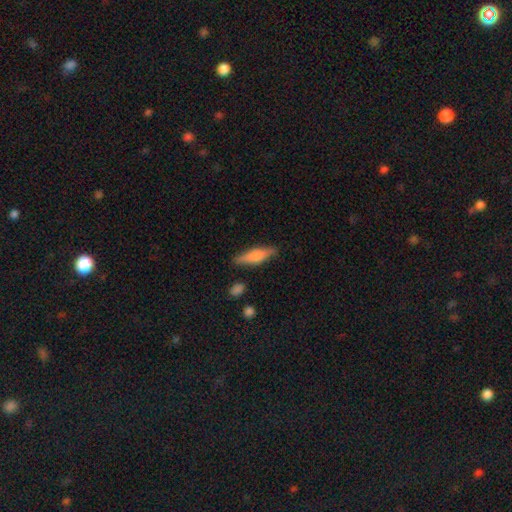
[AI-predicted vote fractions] This appears to be a smooth galaxy with no disk features (62%) that is cigar-shaped (64%). Merging: none (81%).